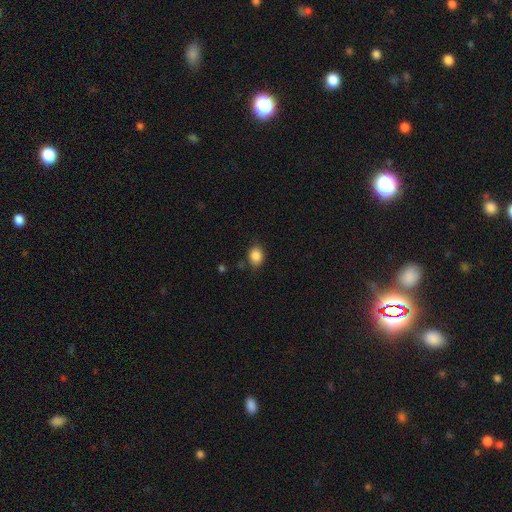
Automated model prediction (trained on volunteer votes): Smooth or featured? smooth (87%)
How rounded? in between (53%)
Merging? none (78%)